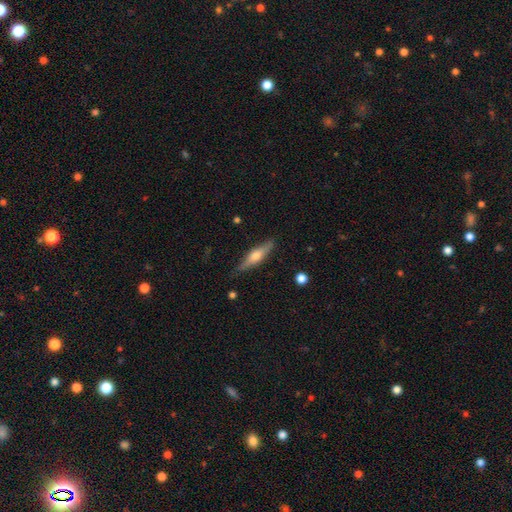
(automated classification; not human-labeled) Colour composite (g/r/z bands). It shows a featured or disk galaxy (56%) viewed edge-on (94%) with a rounded central bulge (88%). Merging: none (84%).